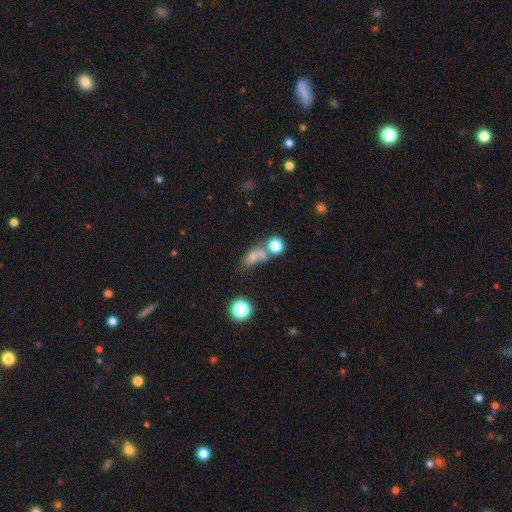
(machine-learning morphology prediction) Smooth or featured: smooth — 64% (star or artifact — 18%)
How rounded: in between — 61% (round — 32%)
Merging: merger — 39% (none — 32%)